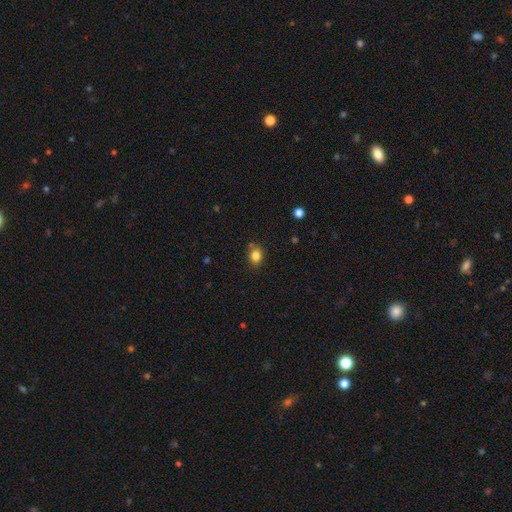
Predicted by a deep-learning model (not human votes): Smooth or featured: smooth — 82% (star or artifact — 12%)
How rounded: round — 56% (in between — 43%)
Merging: none — 78% (minor disturbance — 13%)